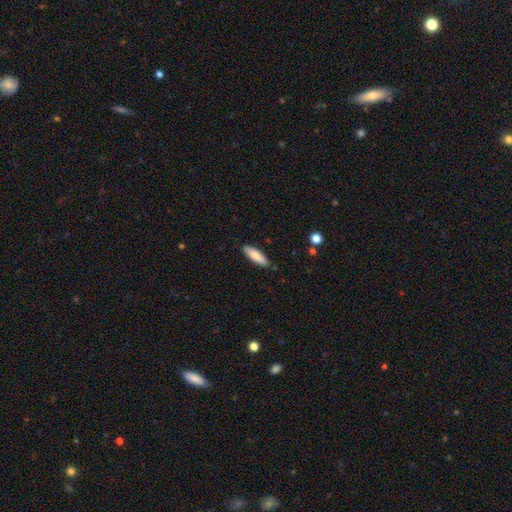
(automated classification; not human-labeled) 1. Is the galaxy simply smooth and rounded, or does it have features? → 83% smooth, 12% featured or disk, 6% star or artifact.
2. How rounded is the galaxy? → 52% cigar-shaped, 47% in between, 2% round.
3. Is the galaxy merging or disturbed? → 87% none, 10% minor disturbance, 2% major disturbance, 1% merger.